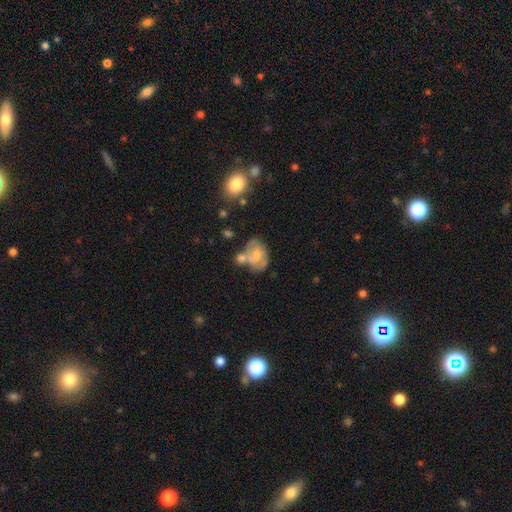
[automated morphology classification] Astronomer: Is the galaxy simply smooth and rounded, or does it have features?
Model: featured or disk — 47% (runner-up: smooth, 44%).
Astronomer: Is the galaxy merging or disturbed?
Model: merger — 37% (runner-up: none, 30%).